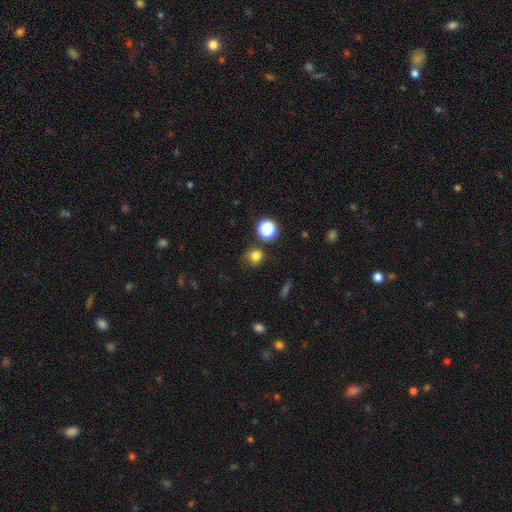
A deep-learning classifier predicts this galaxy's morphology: Smooth or featured: smooth — 76% (star or artifact — 18%)
How rounded: round — 86% (in between — 13%)
Merging: none — 73% (minor disturbance — 16%)